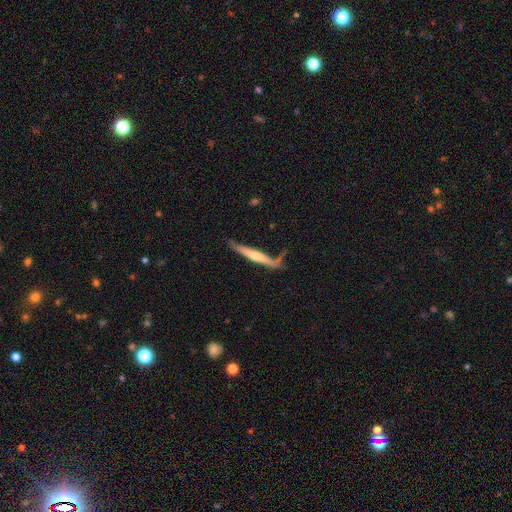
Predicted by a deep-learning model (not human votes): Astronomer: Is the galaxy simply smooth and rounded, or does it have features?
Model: featured or disk — 50% (runner-up: smooth, 45%).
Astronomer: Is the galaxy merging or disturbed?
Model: none — 60%.